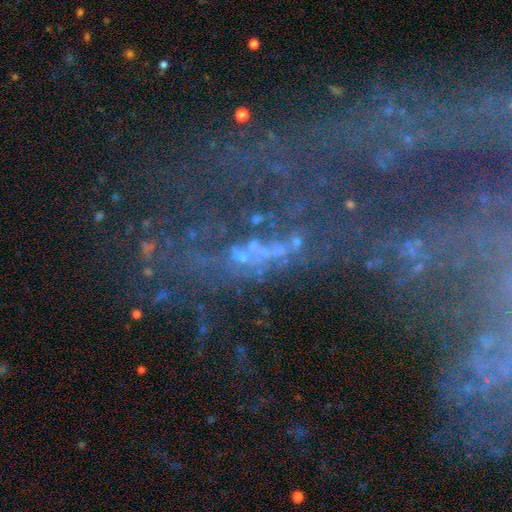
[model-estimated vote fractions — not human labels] A featured or disk galaxy (42%, tied with star or artifact). Merging: none (35%).